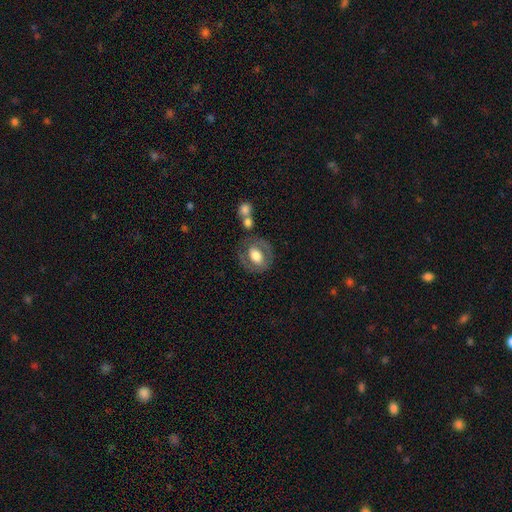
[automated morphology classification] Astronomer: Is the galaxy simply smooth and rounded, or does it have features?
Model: smooth — 50% (runner-up: featured or disk, 43%).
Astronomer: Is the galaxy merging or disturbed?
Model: none — 68%.